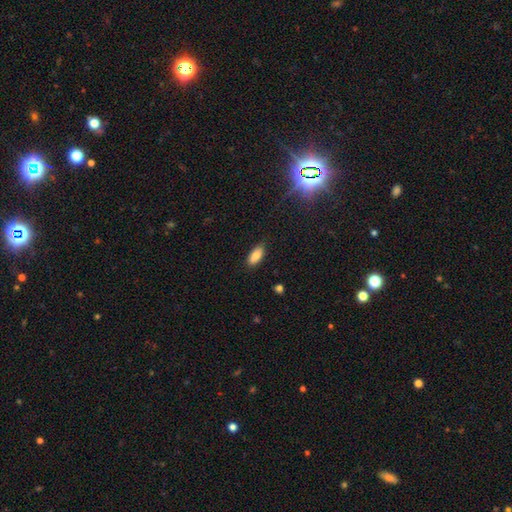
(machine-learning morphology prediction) Q: Smooth or featured?
A: smooth (84%); runner-up: star or artifact (8%)
Q: How rounded?
A: in between (88%); runner-up: cigar-shaped (10%)
Q: Merging?
A: none (84%); runner-up: minor disturbance (12%)